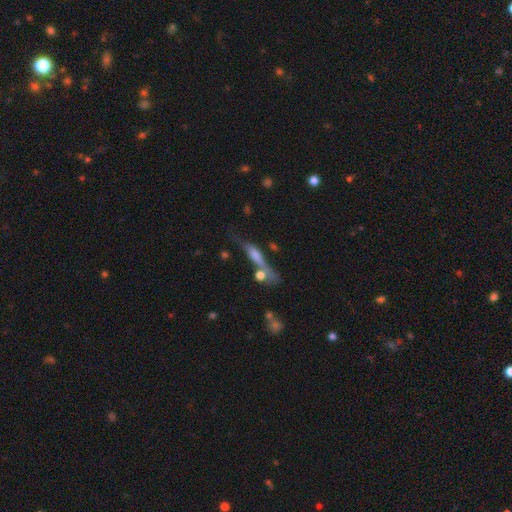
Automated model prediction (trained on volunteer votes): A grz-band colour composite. It shows a featured or disk galaxy (49%). Merging: none (48%).